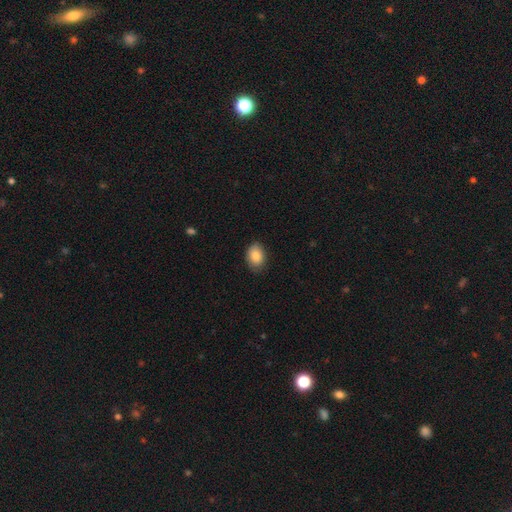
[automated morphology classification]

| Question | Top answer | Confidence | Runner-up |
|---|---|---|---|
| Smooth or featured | smooth | 84% | featured or disk (8%) |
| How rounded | in between | 75% | round (24%) |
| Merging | none | 82% | minor disturbance (15%) |